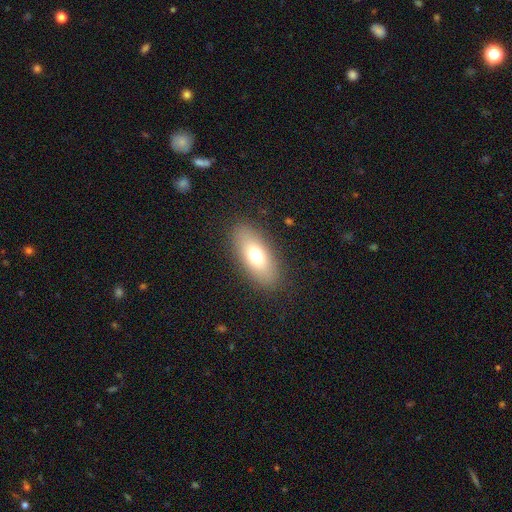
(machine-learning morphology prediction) This appears to be a smooth galaxy with no disk features (71%) that is in between round and cigar-shaped (83%). Merging: none (87%).